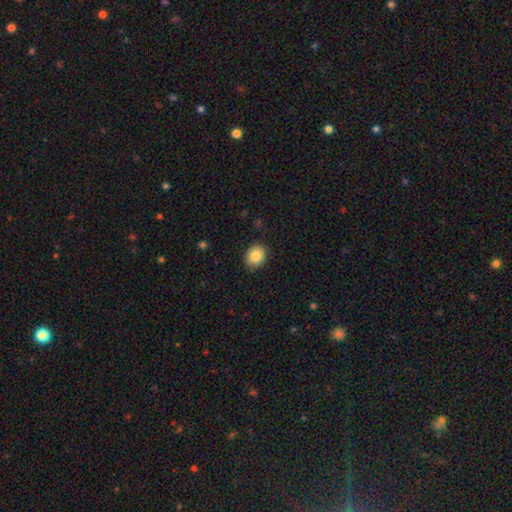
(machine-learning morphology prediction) Smooth or featured: smooth — 85% (star or artifact — 8%)
How rounded: round — 57% (in between — 42%)
Merging: none — 87% (minor disturbance — 10%)